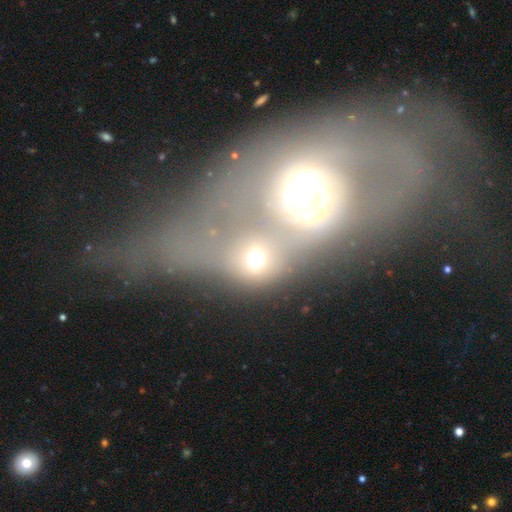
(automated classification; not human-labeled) The model was most divided on "smooth or featured": featured or disk: 42%, smooth: 39%, star or artifact: 18%. More confident: merging — merger (69%).